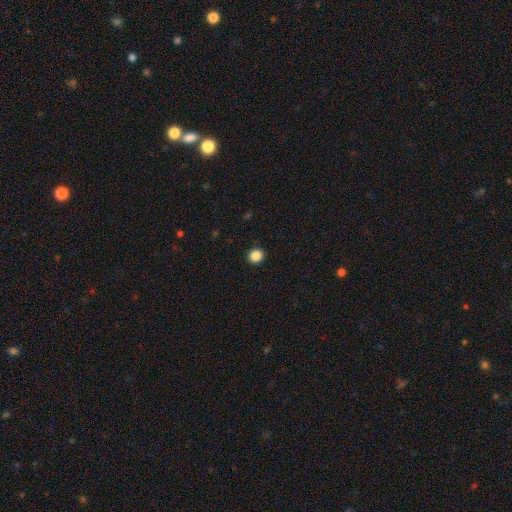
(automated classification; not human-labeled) smooth 86%, star or artifact 10%, featured or disk 3%. Down the decision tree: how rounded — round (87%); merging — none (93%).